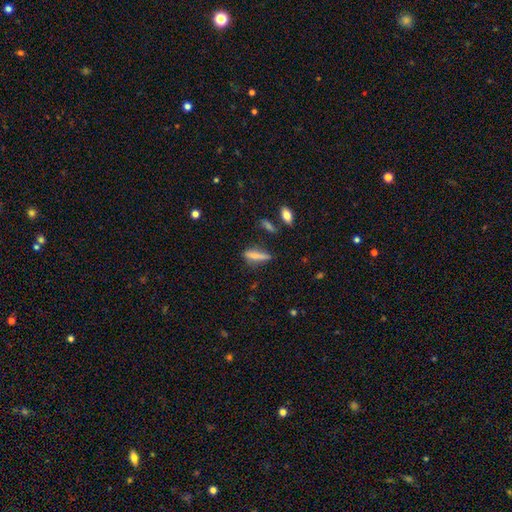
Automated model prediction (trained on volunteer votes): Morphology: type=smooth (66%); roundness=cigar-shaped (72%); merging=none (68%).